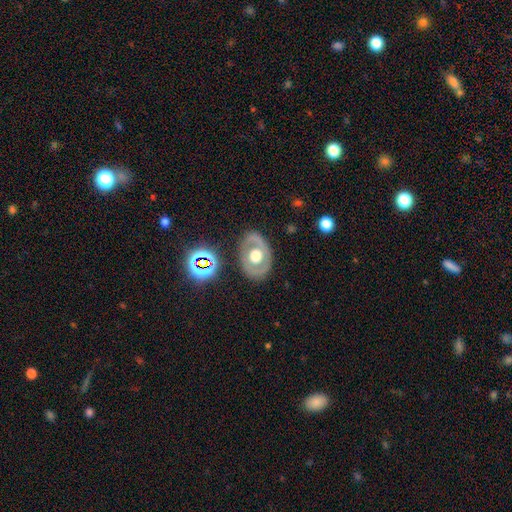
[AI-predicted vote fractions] This appears to be a featured or disk galaxy (61%) with no bar (87%), no spiral arms (81%) and a large central bulge (46%, tied with moderate). Merging: none (80%).